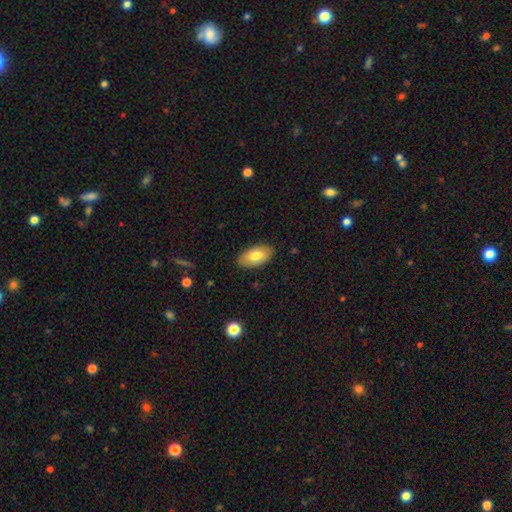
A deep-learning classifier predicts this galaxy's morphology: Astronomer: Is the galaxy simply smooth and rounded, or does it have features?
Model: smooth — 76%.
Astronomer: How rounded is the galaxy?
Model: in between — 94%.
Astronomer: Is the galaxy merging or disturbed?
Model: none — 87%.